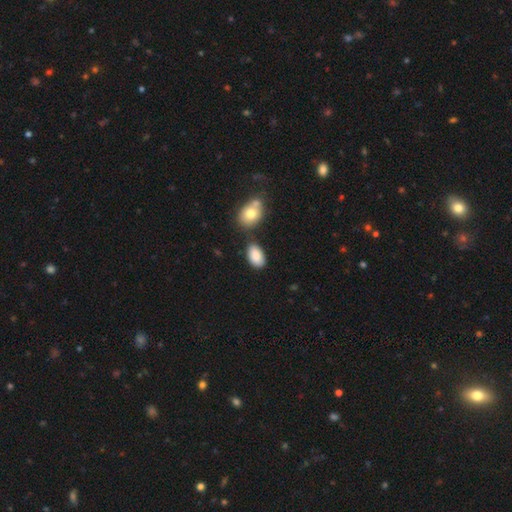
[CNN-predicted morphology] Smooth or featured: smooth — 86% (star or artifact — 7%)
How rounded: in between — 93% (round — 5%)
Merging: none — 68% (minor disturbance — 17%)